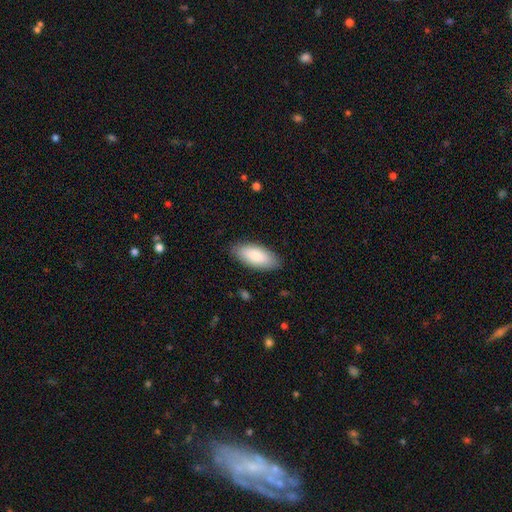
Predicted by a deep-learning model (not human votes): A smooth galaxy with no disk features (87%) that is in between round and cigar-shaped (87%). Merging: none (87%).